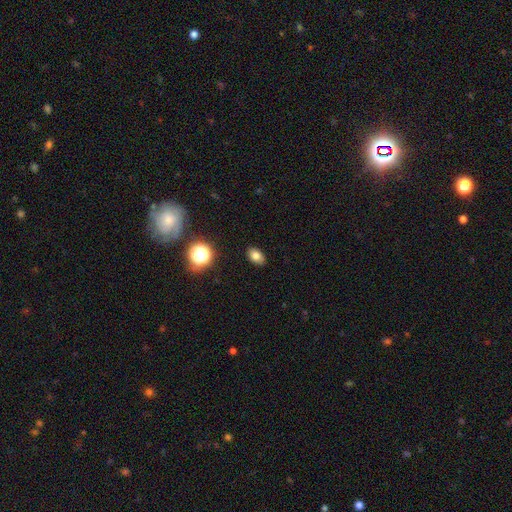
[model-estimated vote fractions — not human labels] Smooth or featured?
  - smooth: 78% *
  - star or artifact: 13%
  - featured or disk: 9%
How rounded?
  - in between: 84% *
  - round: 14%
  - cigar-shaped: 1%
Merging?
  - none: 88% *
  - minor disturbance: 8%
  - major disturbance: 2%
  - merger: 1%